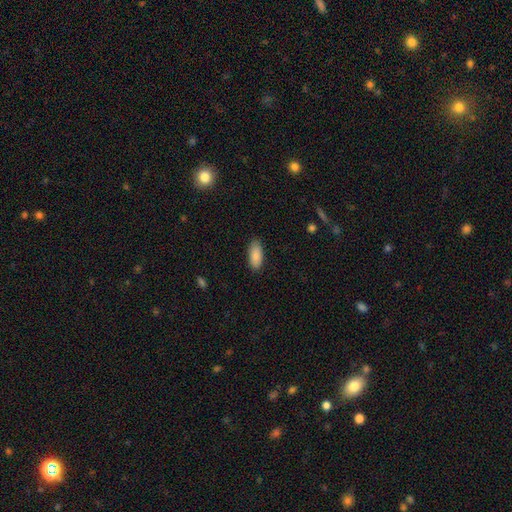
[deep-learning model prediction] Smooth or featured? smooth (88%)
How rounded? in between (85%)
Merging? none (87%)